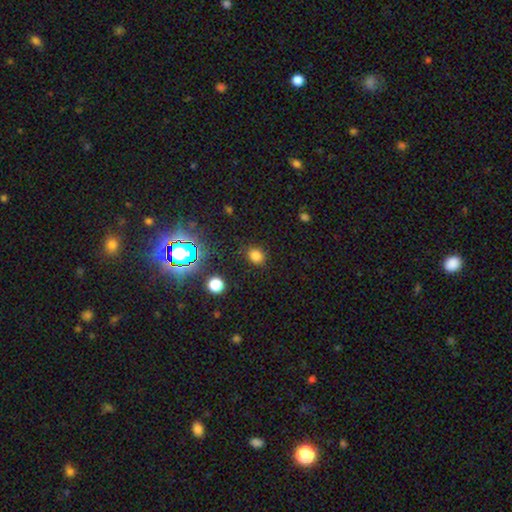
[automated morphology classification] Overall: smooth (76%). How rounded: round (65%; in between 34%). Merging: none (86%).